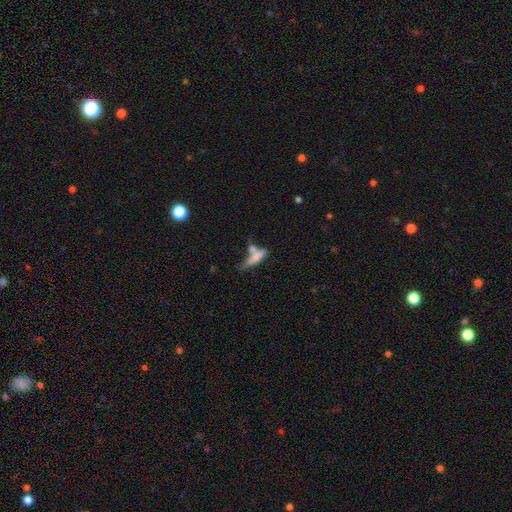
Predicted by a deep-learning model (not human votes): A smooth galaxy with no disk features (65%) that is cigar-shaped (67%). Merging: merger (39%).